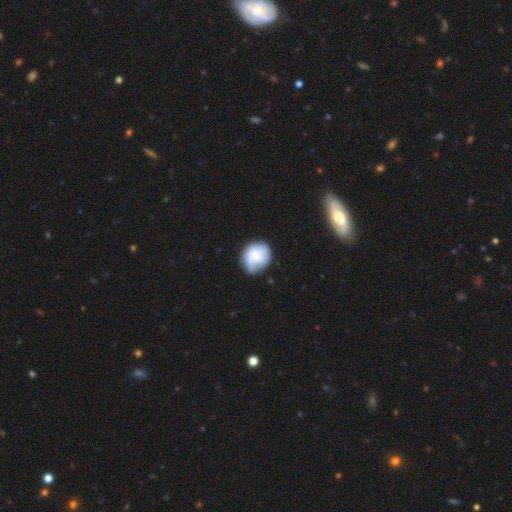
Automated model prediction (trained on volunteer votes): A smooth galaxy with no disk features (56%) that is round (75%).

Vote fractions:
- Smooth or featured? smooth: 56% / featured or disk: 36% / star or artifact: 7%
- How rounded? round: 75% / in between: 24% / cigar-shaped: 1%
- Merging? none: 60% / minor disturbance: 27% / major disturbance: 10% / merger: 4%